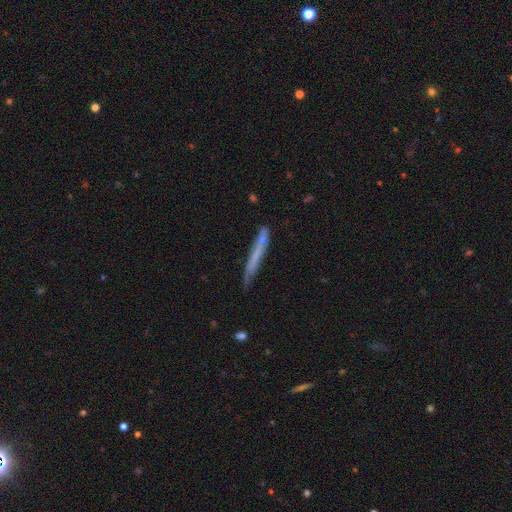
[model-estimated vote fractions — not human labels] smooth 54%, featured or disk 39%, star or artifact 8%. Down the decision tree: how rounded — cigar-shaped (96%); merging — none (69%).